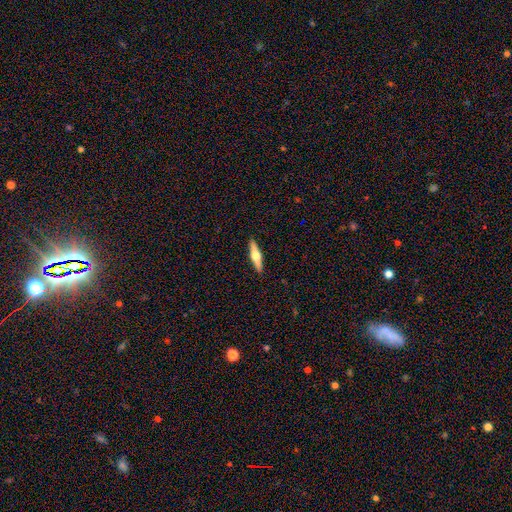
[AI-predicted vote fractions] smooth_or_featured: featured or disk (p=0.62) [alt: smooth p=0.33]
disk_edge_on: yes (p=0.96) [alt: no p=0.04]
edge_on_bulge: rounded (p=0.95) [alt: boxy p=0.03]
merging: none (p=0.92) [alt: minor disturbance p=0.06]